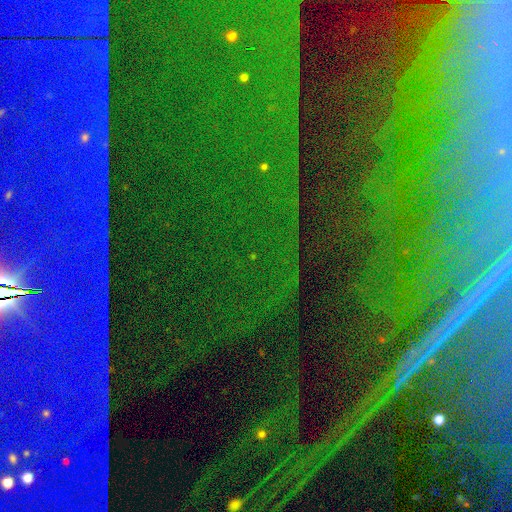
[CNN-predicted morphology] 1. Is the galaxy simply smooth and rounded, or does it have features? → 85% star or artifact, 8% featured or disk, 7% smooth.